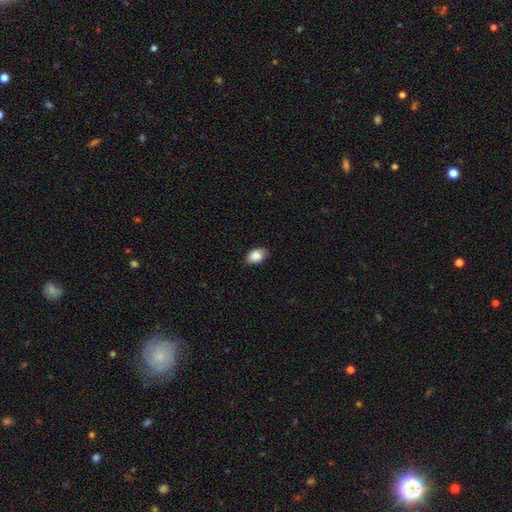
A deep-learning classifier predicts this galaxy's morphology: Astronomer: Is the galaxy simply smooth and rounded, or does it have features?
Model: smooth — 87%.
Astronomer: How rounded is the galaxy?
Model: in between — 87%.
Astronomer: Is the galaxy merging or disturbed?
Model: none — 79%.